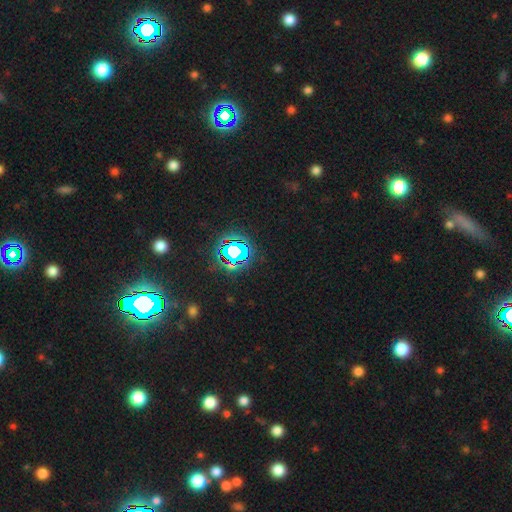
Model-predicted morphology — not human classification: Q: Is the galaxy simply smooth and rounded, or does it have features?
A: star or artifact — 79%.